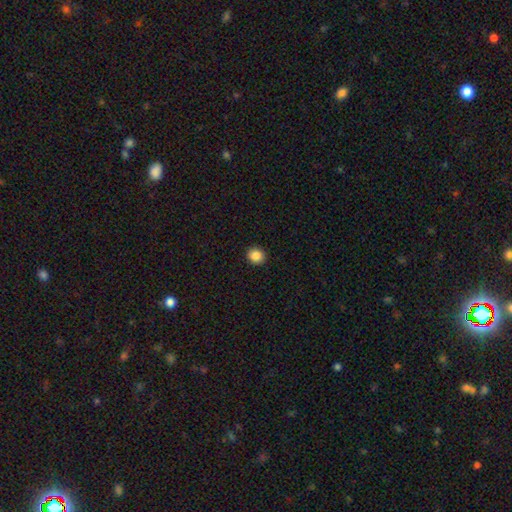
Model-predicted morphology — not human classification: smooth-or-featured: smooth: 86% | star or artifact: 10% | featured or disk: 4%
  how-rounded: round: 86% | in between: 14% | cigar-shaped: 1%
  merging: none: 93% | minor disturbance: 5% | major disturbance: 2% | merger: 1%